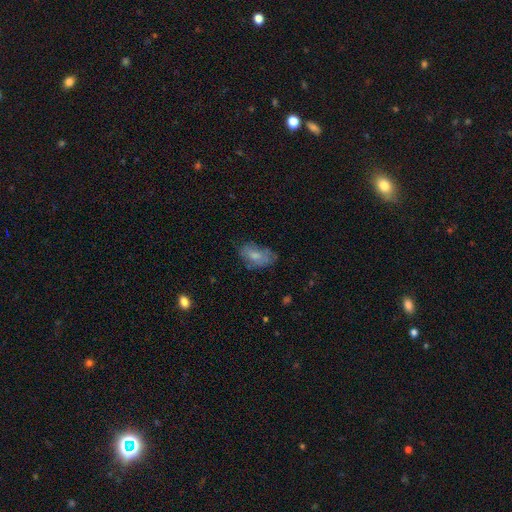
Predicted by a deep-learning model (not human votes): Smooth or featured? Predicted: smooth (p=0.70). How rounded? Predicted: in between (p=0.92). Merging? Predicted: none (p=0.57).